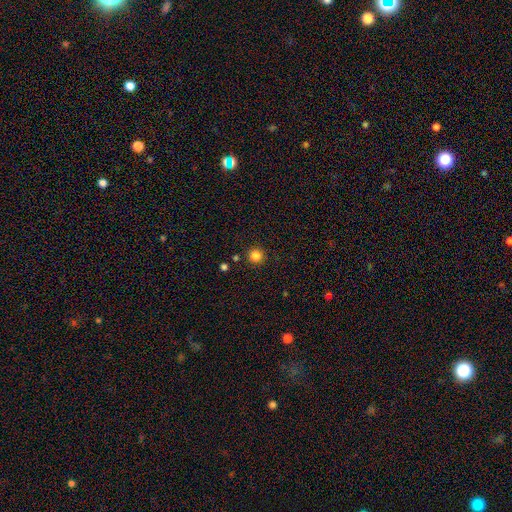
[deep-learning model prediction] A smooth galaxy with no disk features (84%) that is round (95%). Merging: none (90%).